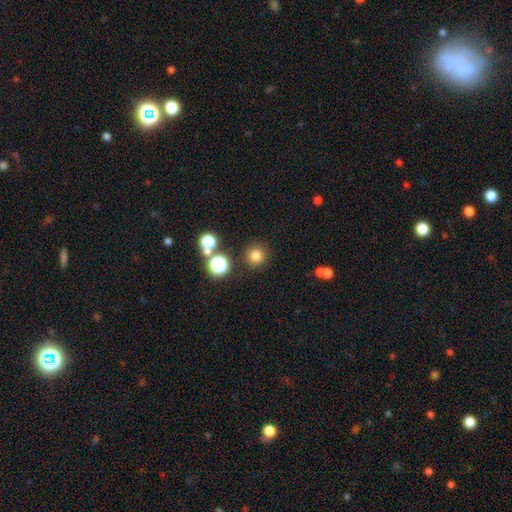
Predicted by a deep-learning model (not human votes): This is likely a smooth galaxy (78%). How rounded: clearly round (95%). Merging: clearly none (87%).